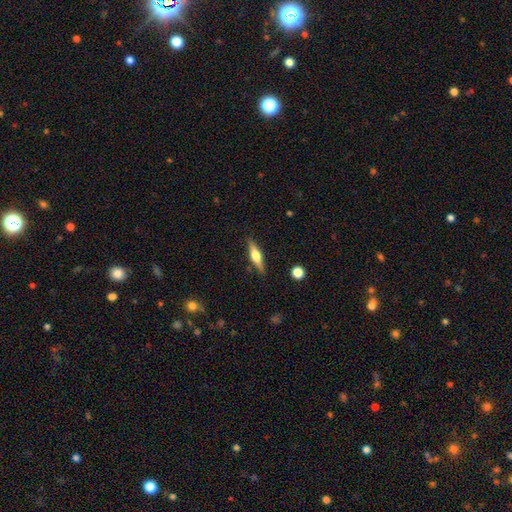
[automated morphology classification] This appears to be a featured or disk galaxy (57%) viewed edge-on (95%) with a rounded central bulge (91%). Merging: none (87%).